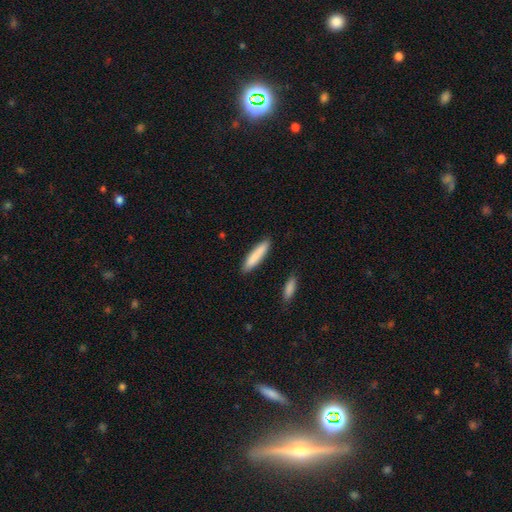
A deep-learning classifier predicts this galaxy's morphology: Overall: smooth (84%). How rounded: cigar-shaped (83%). Merging: none (89%).